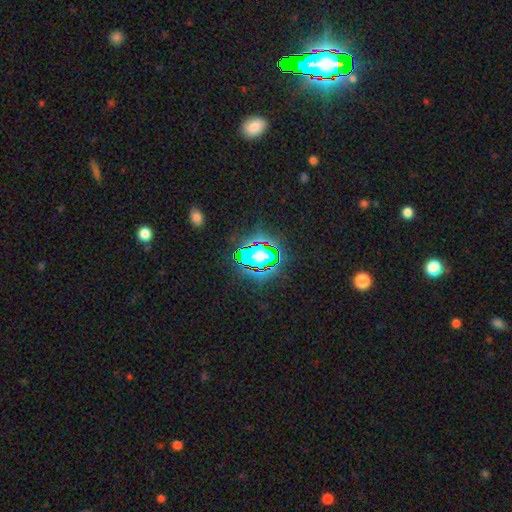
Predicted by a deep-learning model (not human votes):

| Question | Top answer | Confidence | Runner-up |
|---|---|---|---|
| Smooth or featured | star or artifact | 82% | smooth (11%) |